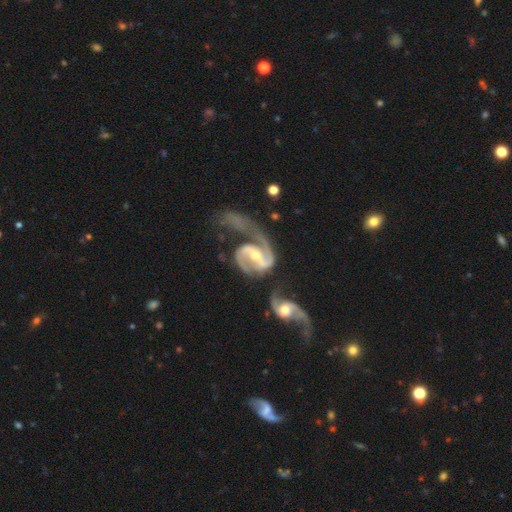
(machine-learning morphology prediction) Smooth or featured? Predicted: featured or disk (p=0.92). Edge-on disk? Predicted: no (p=0.98). Bar? Predicted: strong (p=0.51). Spiral arms? Predicted: yes (p=0.97). Spiral winding? Predicted: medium (p=0.53). Spiral arm count? Predicted: 2 (p=0.87). Bulge size? Predicted: moderate (p=0.54). Merging? Predicted: merger (p=0.38).